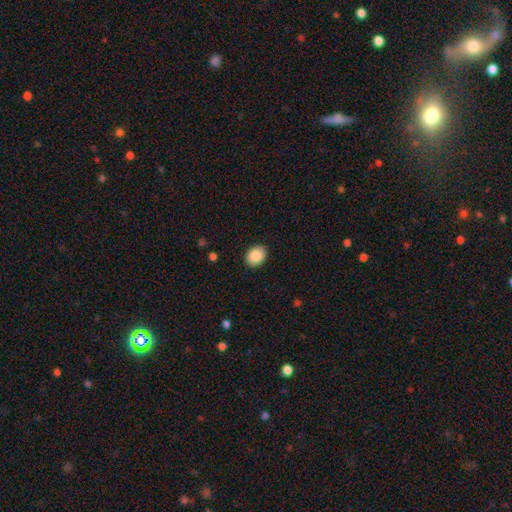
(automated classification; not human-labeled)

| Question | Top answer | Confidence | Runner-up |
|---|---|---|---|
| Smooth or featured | smooth | 88% | star or artifact (7%) |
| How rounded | in between | 56% | round (43%) |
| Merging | none | 89% | minor disturbance (8%) |